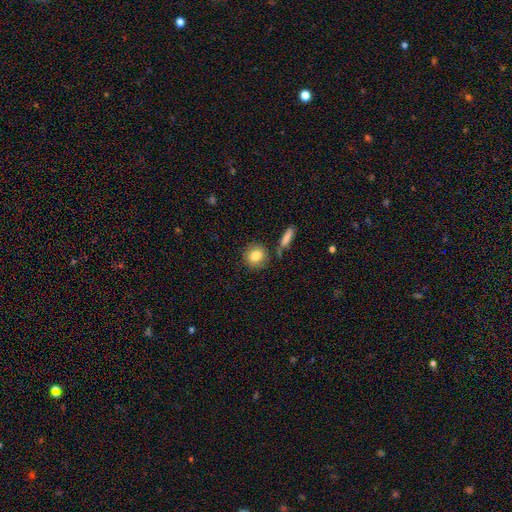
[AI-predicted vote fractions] A smooth galaxy with no disk features (83%) that is round (79%). Merging: none (79%).